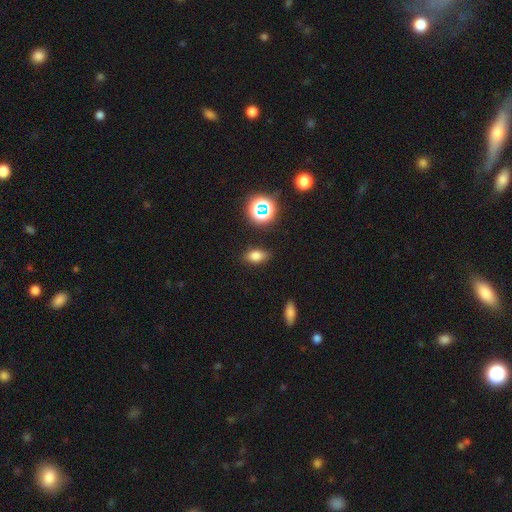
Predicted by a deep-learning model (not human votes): smooth-or-featured: smooth: 74% | star or artifact: 17% | featured or disk: 9%
  how-rounded: in between: 82% | round: 13% | cigar-shaped: 5%
  merging: none: 83% | minor disturbance: 12% | major disturbance: 3% | merger: 2%